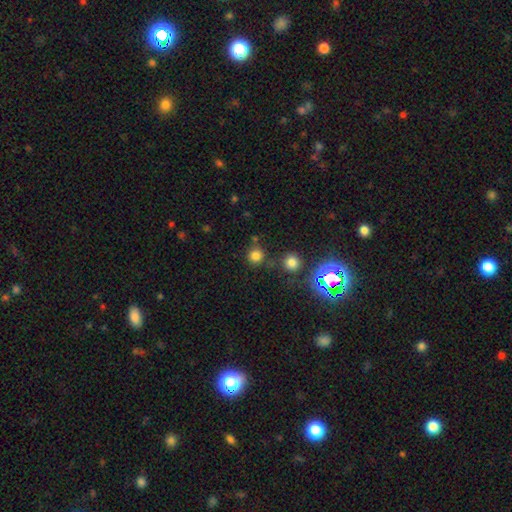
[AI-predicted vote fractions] A smooth galaxy with no disk features (75%) that is round (92%). Merging: none (77%).